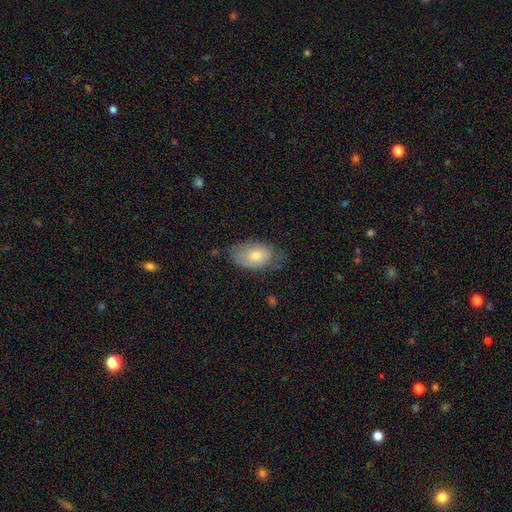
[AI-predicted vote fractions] smooth_or_featured: smooth (p=0.69) [alt: featured or disk p=0.25]
how_rounded: in between (p=0.92) [alt: round p=0.07]
merging: none (p=0.56) [alt: minor disturbance p=0.33]